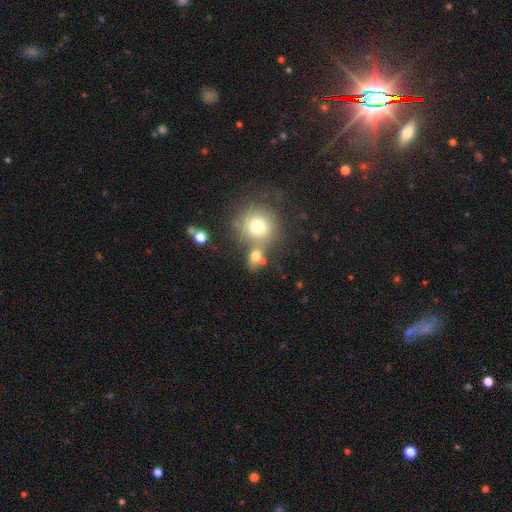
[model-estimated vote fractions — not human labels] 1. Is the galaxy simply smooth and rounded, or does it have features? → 72% smooth, 14% featured or disk, 14% star or artifact.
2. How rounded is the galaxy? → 60% round, 37% in between, 3% cigar-shaped.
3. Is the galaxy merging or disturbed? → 45% none, 38% merger, 11% minor disturbance, 6% major disturbance.